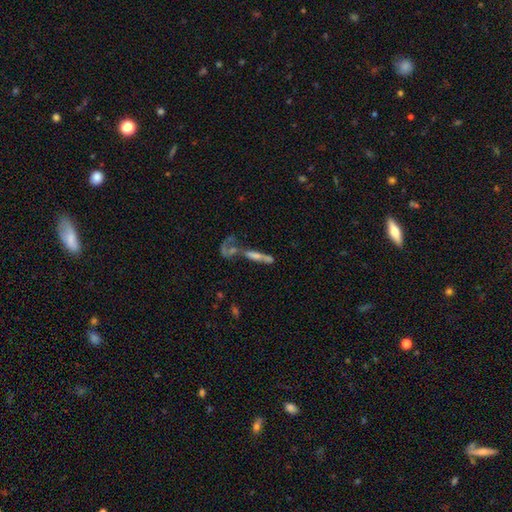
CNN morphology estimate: Smooth or featured: featured or disk — 47% (smooth — 37%)
Merging: merger — 45% (none — 26%)